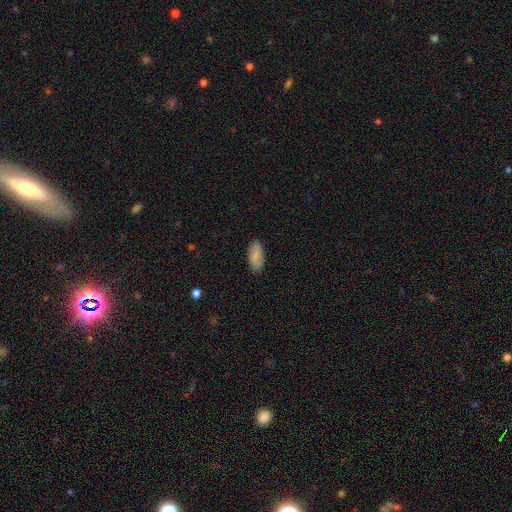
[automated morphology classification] type=smooth (82%); roundness=in between (91%); merging=none (86%).